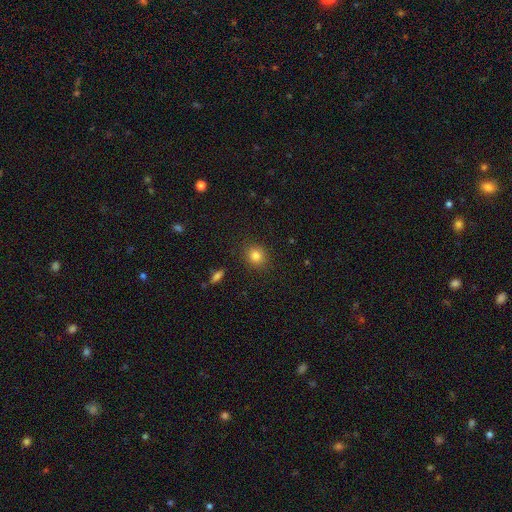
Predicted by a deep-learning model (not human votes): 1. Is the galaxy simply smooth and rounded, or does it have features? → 82% smooth, 12% star or artifact, 6% featured or disk.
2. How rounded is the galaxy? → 83% round, 16% in between, 1% cigar-shaped.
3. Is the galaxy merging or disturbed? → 88% none, 8% minor disturbance, 2% major disturbance, 1% merger.